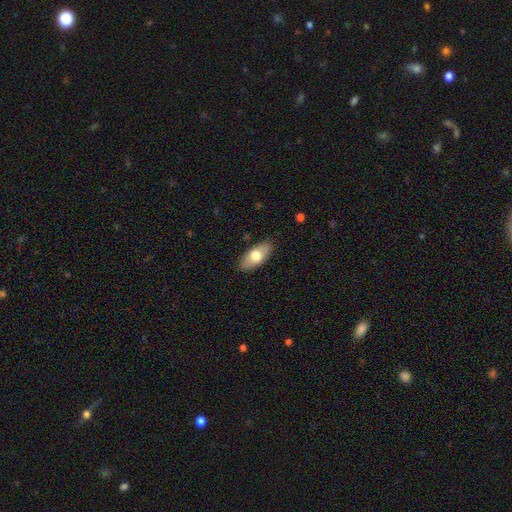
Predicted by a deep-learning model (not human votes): Morphology: type=smooth (69%); roundness=in between (88%); merging=none (86%).